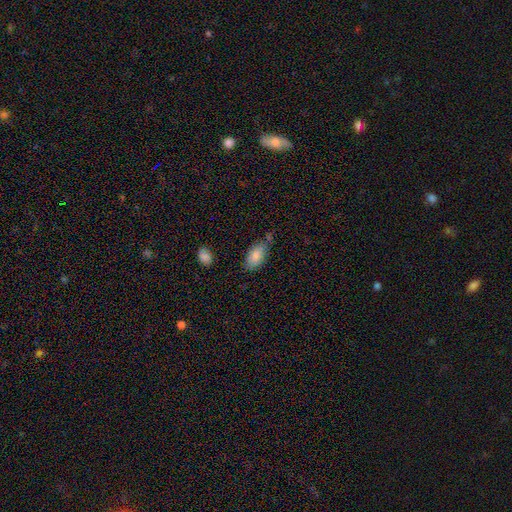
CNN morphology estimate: type=smooth (84%); roundness=in between (92%); merging=none (63%).